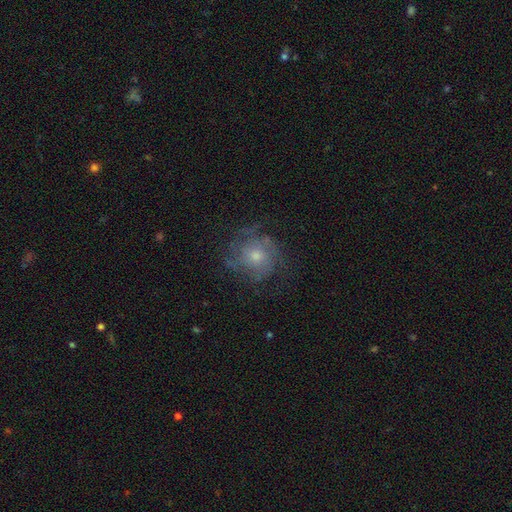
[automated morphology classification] Q: Smooth or featured?
A: featured or disk (58%); runner-up: smooth (32%)
Q: Edge-on disk?
A: no (97%); runner-up: yes (3%)
Q: Bar?
A: no (84%); runner-up: weak (14%)
Q: Spiral arms?
A: yes (75%); runner-up: no (25%)
Q: Bulge size?
A: moderate (55%); runner-up: small (35%)
Q: Merging?
A: none (65%); runner-up: minor disturbance (19%)